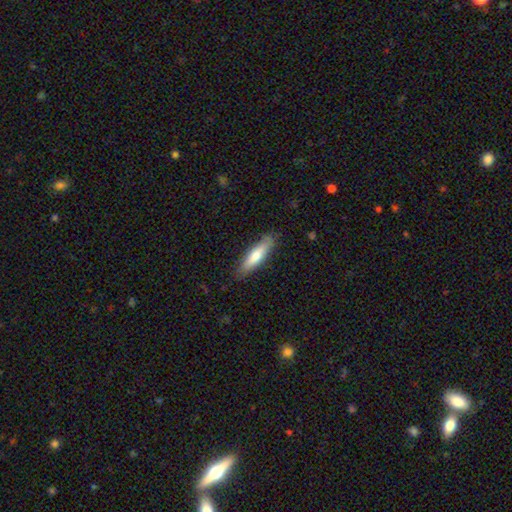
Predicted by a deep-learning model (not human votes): This appears to be a smooth galaxy with no disk features (69%) that is cigar-shaped (72%). Merging: none (84%).